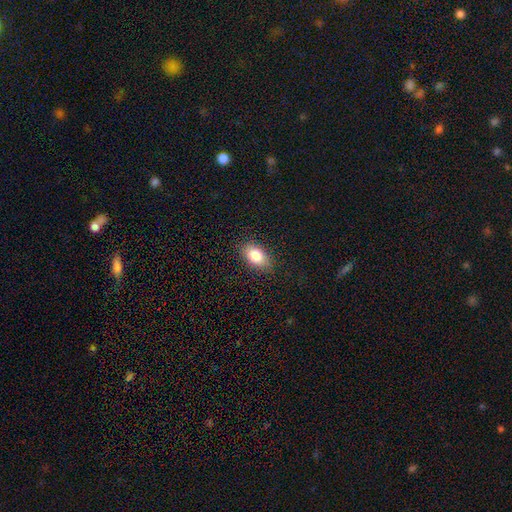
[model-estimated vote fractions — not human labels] A smooth galaxy with no disk features (81%) that is in between round and cigar-shaped (87%).

Vote fractions:
- Smooth or featured? smooth: 81% / featured or disk: 11% / star or artifact: 9%
- How rounded? in between: 87% / round: 11% / cigar-shaped: 2%
- Merging? none: 87% / minor disturbance: 9% / major disturbance: 2% / merger: 1%